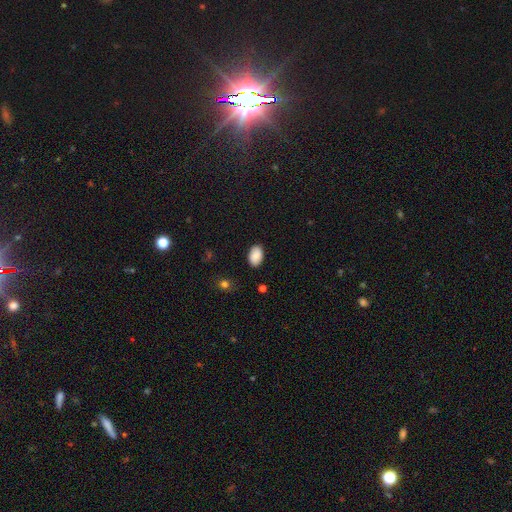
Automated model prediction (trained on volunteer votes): Overall: smooth (86%). How rounded: in between (91%). Merging: none (87%).